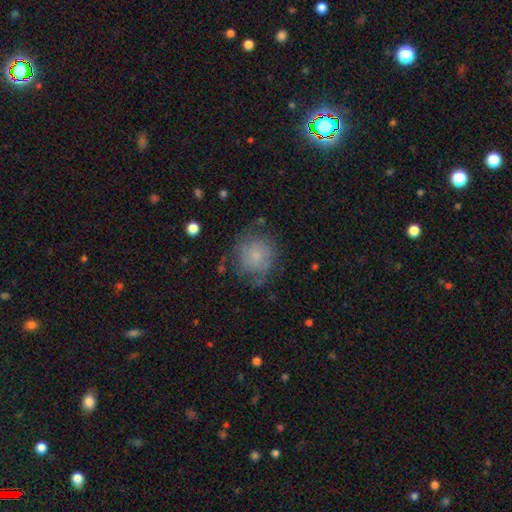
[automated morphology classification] Overall: smooth (58%; featured or disk 32%). How rounded: round (84%). Merging: none (64%).